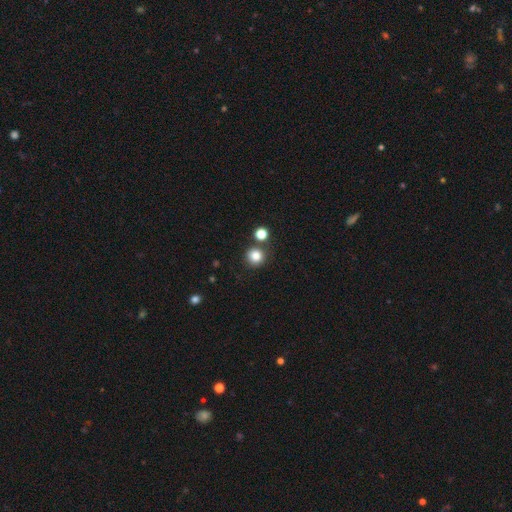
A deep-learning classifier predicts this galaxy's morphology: The model was most divided on "merging": none: 78%, merger: 11%, minor disturbance: 8%, major disturbance: 3%. More confident: how rounded — round (92%); smooth or featured — smooth (84%).